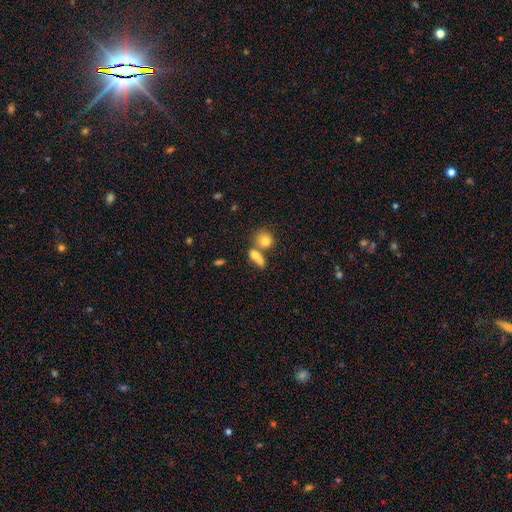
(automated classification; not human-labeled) Smooth or featured: smooth — 73% (featured or disk — 17%)
How rounded: in between — 60% (round — 24%)
Merging: merger — 46% (none — 36%)